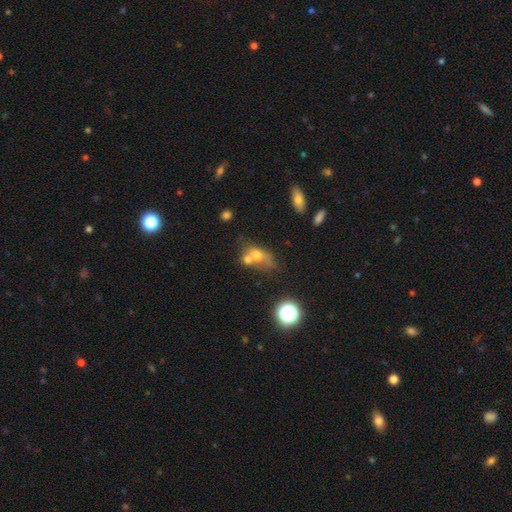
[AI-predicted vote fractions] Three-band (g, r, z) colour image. It shows a smooth galaxy with no disk features (63%) that is in between round and cigar-shaped (60%). Merging: merger (53%).